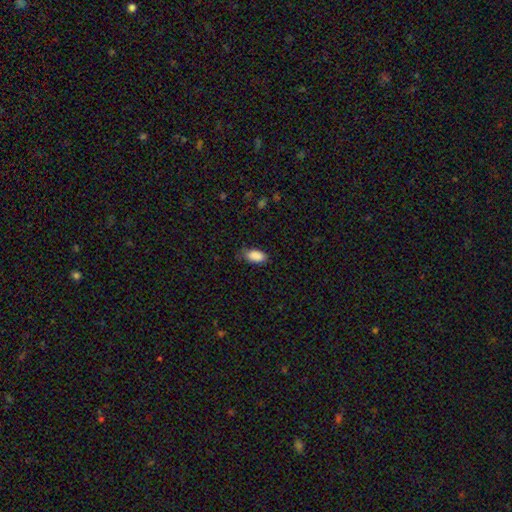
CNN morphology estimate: smooth 89%, star or artifact 7%, featured or disk 4%. Down the decision tree: how rounded — in between (92%); merging — none (66%).